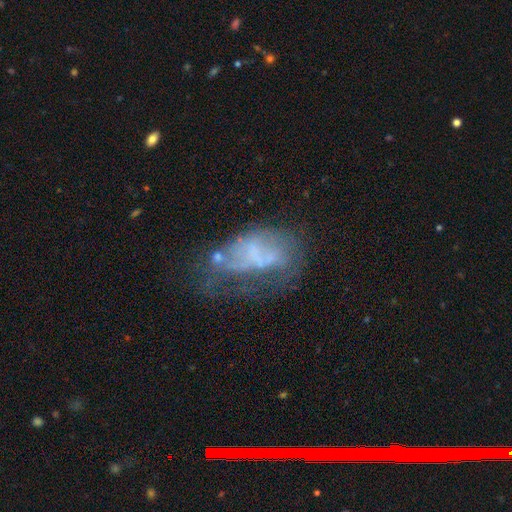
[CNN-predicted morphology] Overall: featured or disk (55%; smooth 30%). Edge-on disk: no (97%). Bar: no (79%). Spiral arms: no (81%). Bulge size: none (72%). Merging: major disturbance (39%; none 26%).